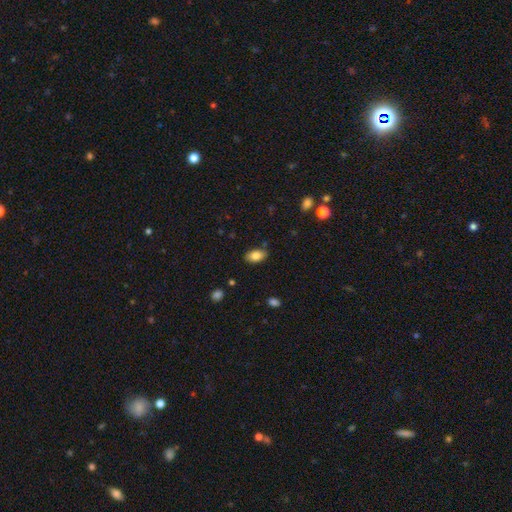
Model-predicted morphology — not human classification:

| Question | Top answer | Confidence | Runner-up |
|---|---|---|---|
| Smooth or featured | smooth | 83% | featured or disk (9%) |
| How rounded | in between | 91% | round (7%) |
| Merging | none | 83% | minor disturbance (12%) |